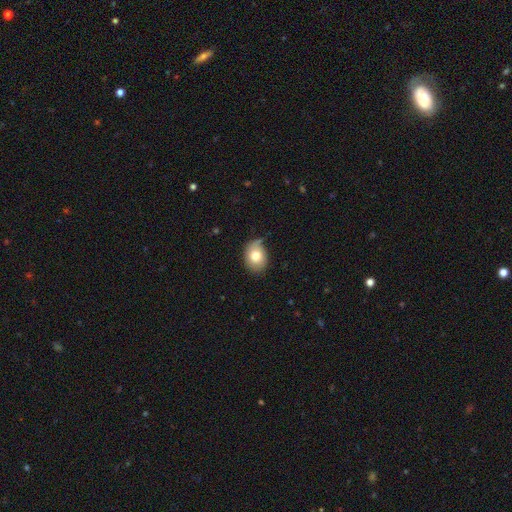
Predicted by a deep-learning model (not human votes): smooth_or_featured: smooth (p=0.77) [alt: featured or disk p=0.15]
how_rounded: in between (p=0.60) [alt: round p=0.39]
merging: none (p=0.61) [alt: minor disturbance p=0.30]